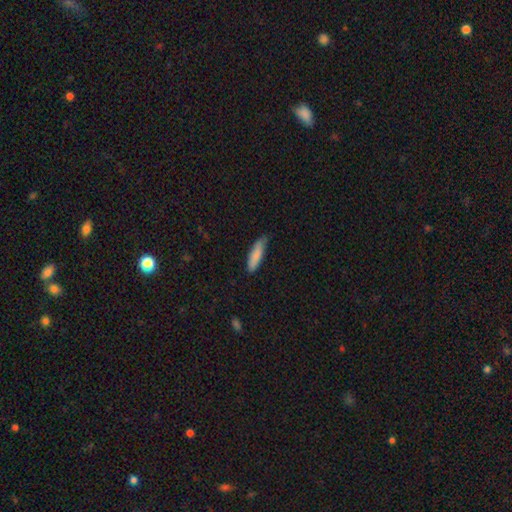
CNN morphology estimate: Smooth or featured? smooth (85%)
How rounded? cigar-shaped (71%)
Merging? none (70%)